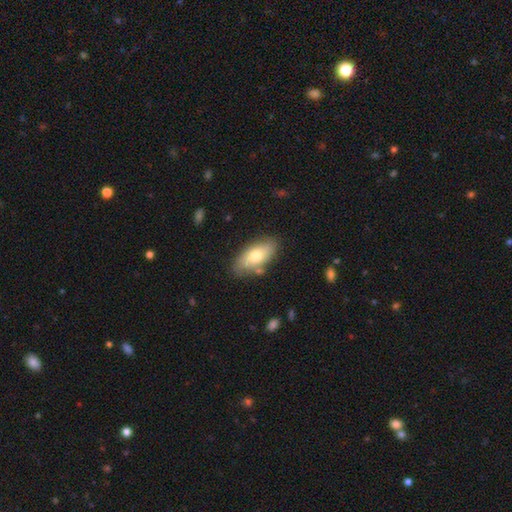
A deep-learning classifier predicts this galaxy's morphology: Smooth or featured: smooth — 70% (featured or disk — 24%)
How rounded: in between — 87% (cigar-shaped — 10%)
Merging: none — 78% (minor disturbance — 14%)